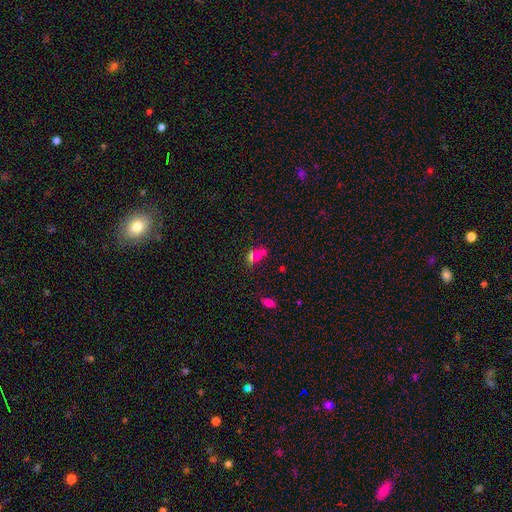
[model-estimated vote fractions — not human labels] smooth 58%, featured or disk 22%, star or artifact 20%. Down the decision tree: how rounded — round (57%); merging — merger (57%).